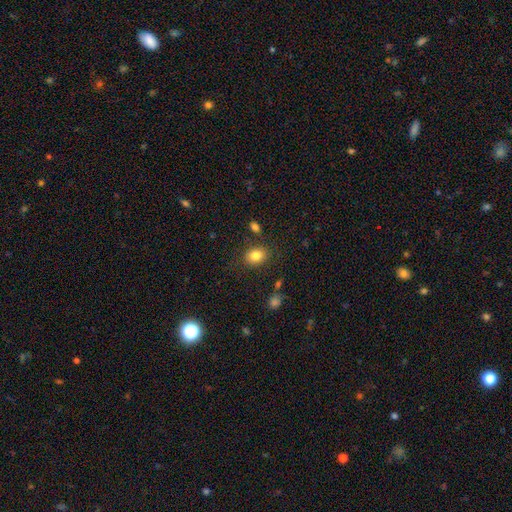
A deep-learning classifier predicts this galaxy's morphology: A smooth galaxy with no disk features (83%) that is in between round and cigar-shaped (65%). Merging: none (83%).